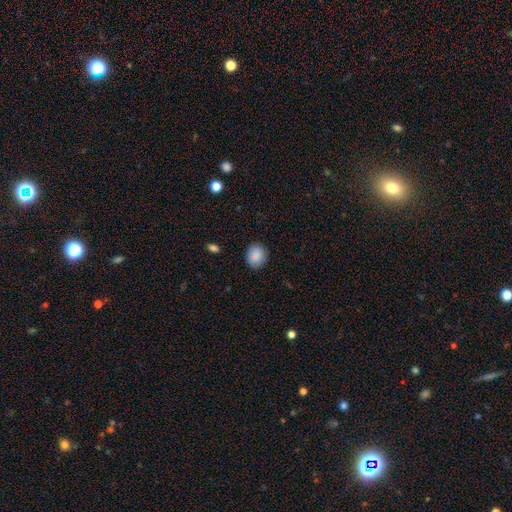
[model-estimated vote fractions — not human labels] Morphology: type=smooth (87%); roundness=round (65%); merging=none (88%).